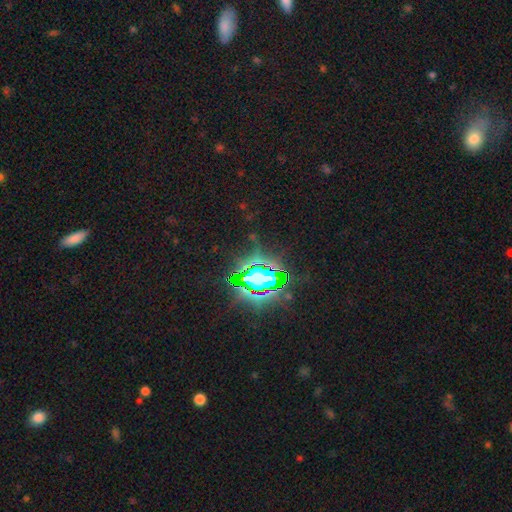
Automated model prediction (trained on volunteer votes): Smooth or featured? Predicted: star or artifact (p=0.77).